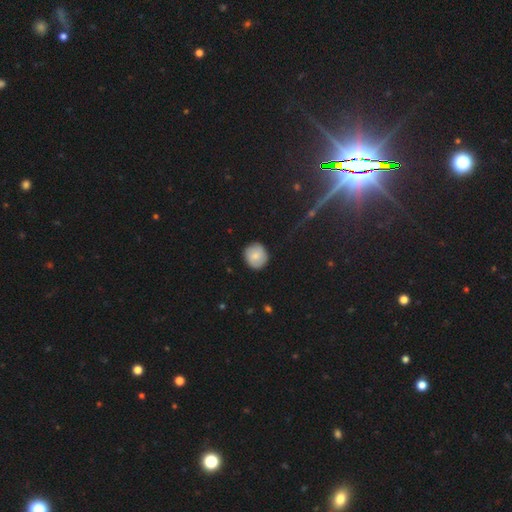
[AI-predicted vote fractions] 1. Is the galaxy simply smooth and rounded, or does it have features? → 77% smooth, 15% featured or disk, 8% star or artifact.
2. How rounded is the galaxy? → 85% round, 14% in between, 1% cigar-shaped.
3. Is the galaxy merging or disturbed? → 86% none, 11% minor disturbance, 2% major disturbance, 1% merger.